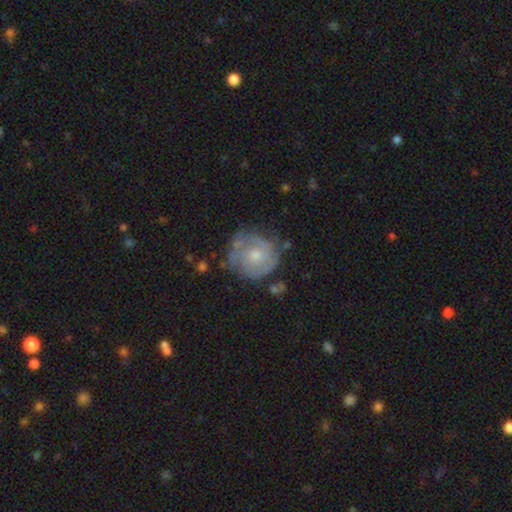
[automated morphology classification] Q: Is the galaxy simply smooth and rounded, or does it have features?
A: featured or disk — 69%.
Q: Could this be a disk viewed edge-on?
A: no — 98%.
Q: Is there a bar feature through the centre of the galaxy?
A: no — 79%.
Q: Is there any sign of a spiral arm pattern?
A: yes — 79%.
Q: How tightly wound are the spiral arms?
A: tight — 64%.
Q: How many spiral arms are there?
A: can't tell — 38%.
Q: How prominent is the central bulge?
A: moderate — 48%.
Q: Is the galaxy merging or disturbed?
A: none — 65%.